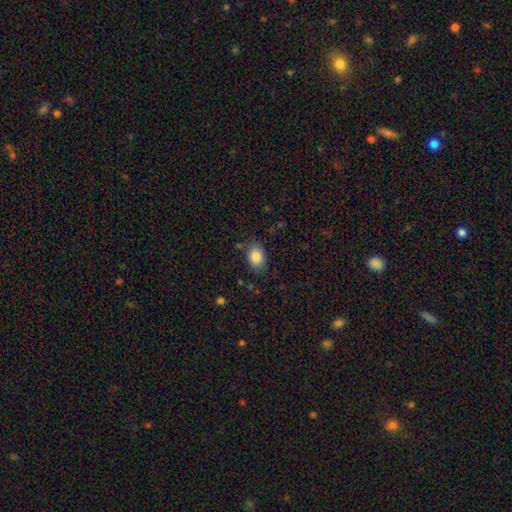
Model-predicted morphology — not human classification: Q: Smooth or featured?
A: smooth (87%); runner-up: star or artifact (8%)
Q: How rounded?
A: in between (76%); runner-up: round (23%)
Q: Merging?
A: none (79%); runner-up: minor disturbance (15%)